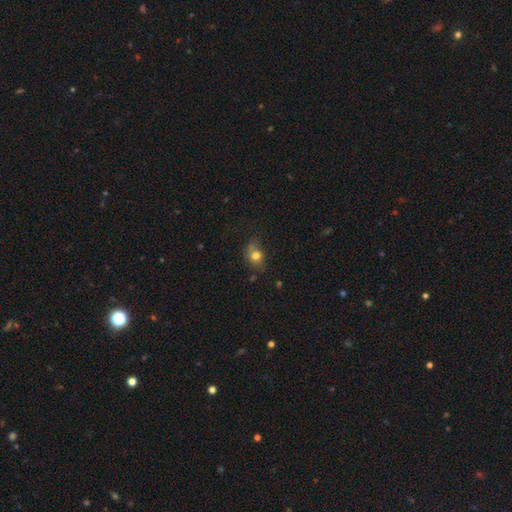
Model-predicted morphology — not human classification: smooth-or-featured: smooth: 76% | featured or disk: 12% | star or artifact: 12%
  how-rounded: round: 52% | in between: 47% | cigar-shaped: 2%
  merging: none: 56% | minor disturbance: 29% | major disturbance: 10% | merger: 5%